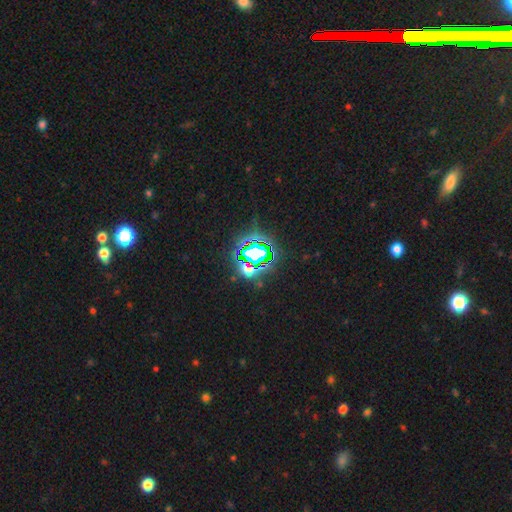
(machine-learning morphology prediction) This appears to be a star or artifact, not a galaxy (77%).